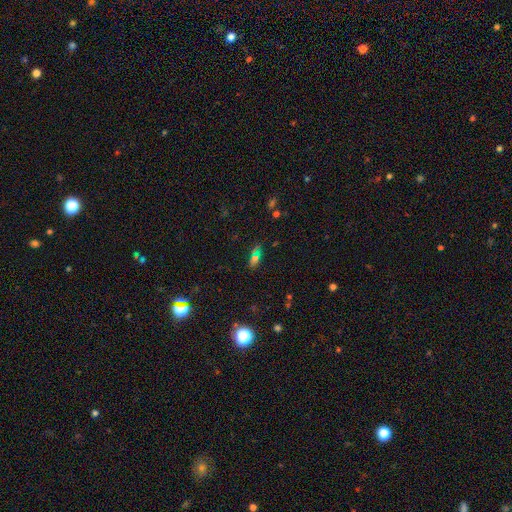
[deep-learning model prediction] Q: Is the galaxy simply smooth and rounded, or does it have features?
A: smooth — 55%.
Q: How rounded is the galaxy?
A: in between — 74%.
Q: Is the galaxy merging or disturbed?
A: none — 76%.